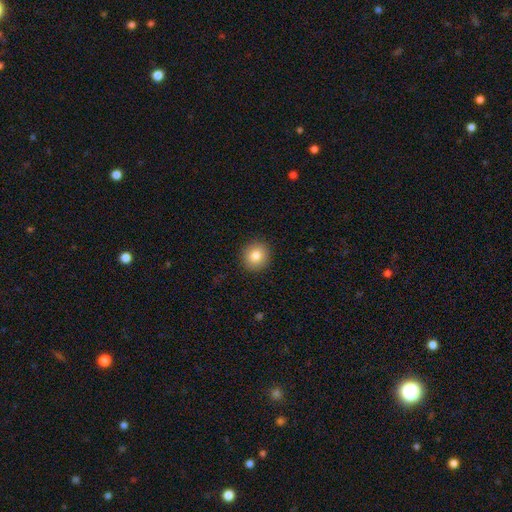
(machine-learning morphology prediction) Smooth or featured?
  - smooth: 84% *
  - star or artifact: 9%
  - featured or disk: 7%
How rounded?
  - round: 91% *
  - in between: 8%
  - cigar-shaped: 1%
Merging?
  - none: 91% *
  - minor disturbance: 6%
  - major disturbance: 2%
  - merger: 1%